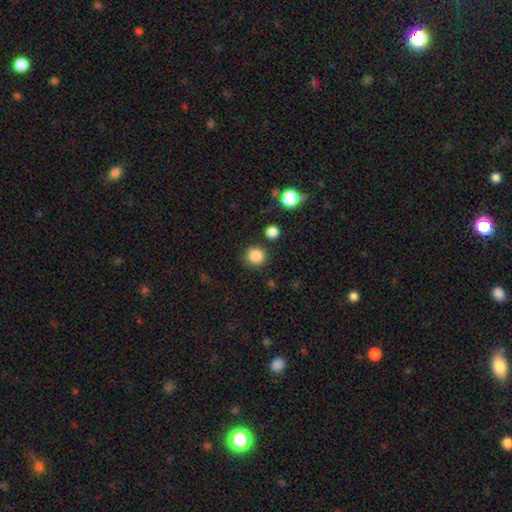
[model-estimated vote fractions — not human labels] smooth-or-featured: smooth: 86% | star or artifact: 11% | featured or disk: 3%
  how-rounded: round: 91% | in between: 8% | cigar-shaped: 1%
  merging: none: 86% | minor disturbance: 8% | merger: 4% | major disturbance: 3%